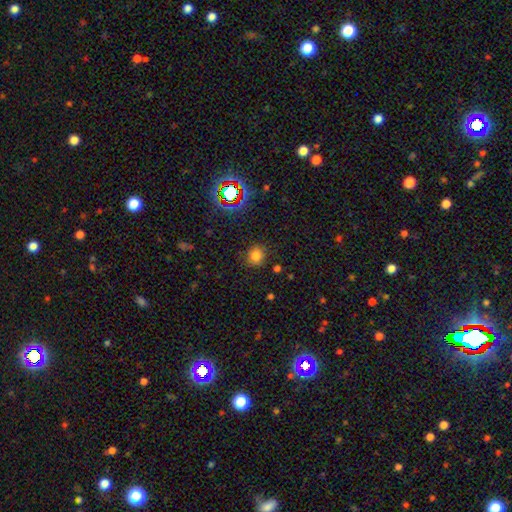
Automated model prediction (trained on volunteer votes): Smooth or featured? smooth (77%)
How rounded? round (86%)
Merging? none (86%)